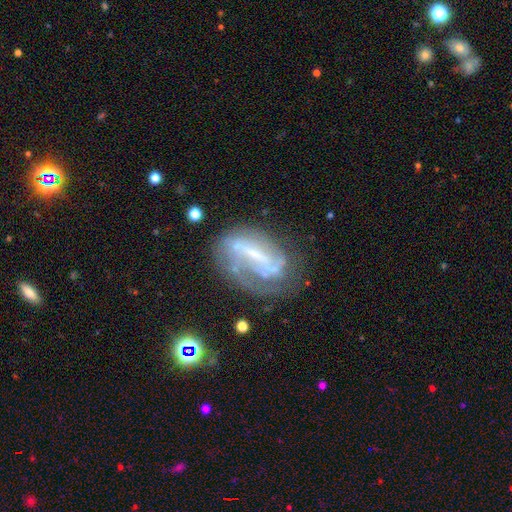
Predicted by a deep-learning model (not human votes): Smooth or featured? Predicted: featured or disk (p=0.75). Edge-on disk? Predicted: no (p=0.93). Bar? Predicted: strong (p=0.53). Spiral arms? Predicted: yes (p=0.75). Spiral winding? Predicted: tight (p=0.42). Spiral arm count? Predicted: 2 (p=0.36). Bulge size? Predicted: small (p=0.50). Merging? Predicted: none (p=0.51).